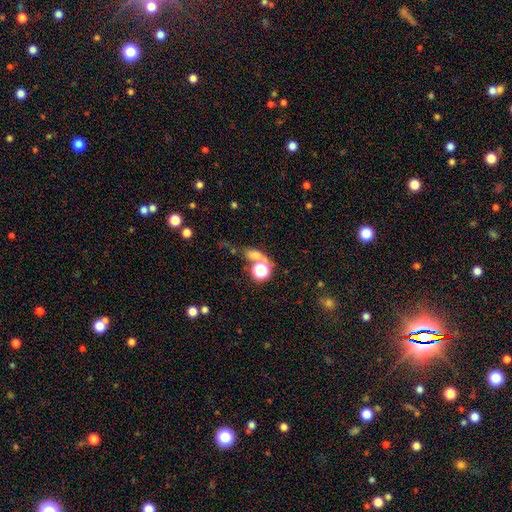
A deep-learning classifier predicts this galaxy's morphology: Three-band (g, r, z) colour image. It shows a smooth galaxy with no disk features (57%) that is round (48%). Merging: none (43%).